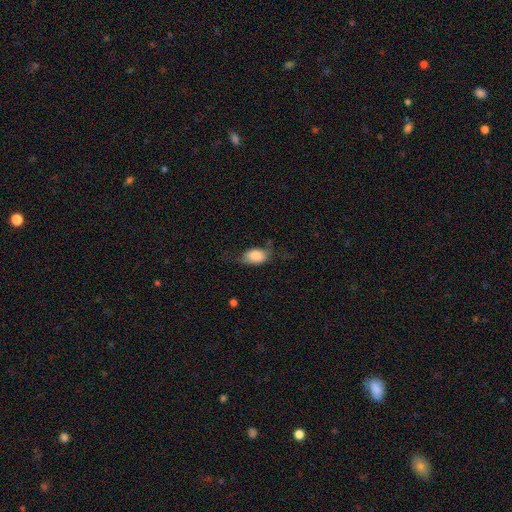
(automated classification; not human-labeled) A smooth galaxy with no disk features (76%) that is in between round and cigar-shaped (88%). Merging: none (47%).